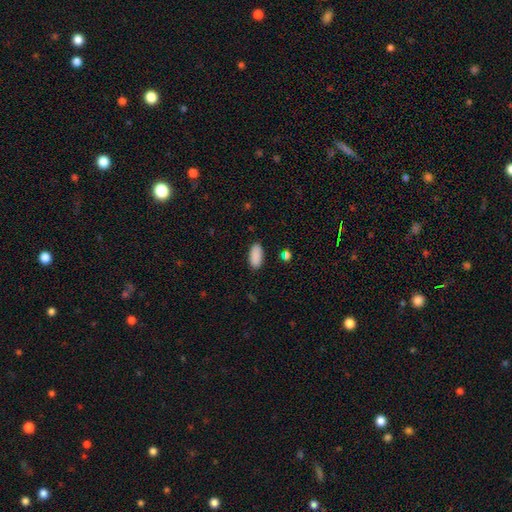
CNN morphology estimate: type=smooth (90%); roundness=in between (90%); merging=none (87%).